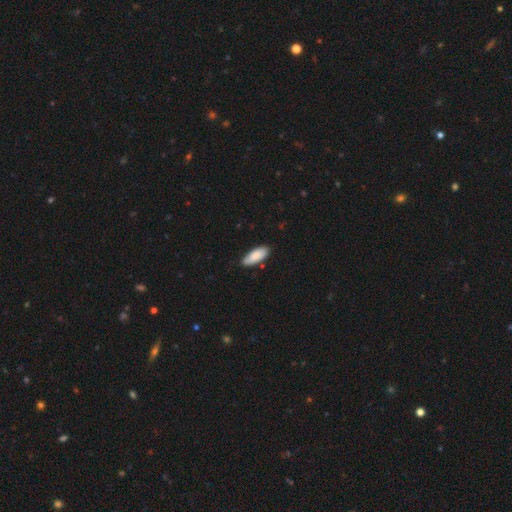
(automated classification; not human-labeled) Overall: smooth (86%). How rounded: in between (81%). Merging: none (79%).